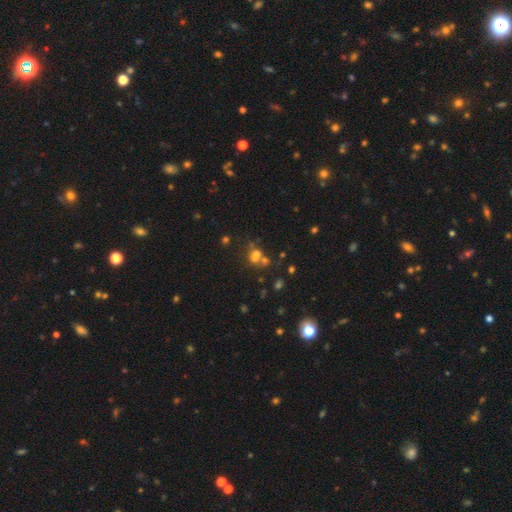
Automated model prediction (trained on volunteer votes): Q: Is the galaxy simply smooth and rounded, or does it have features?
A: smooth — 56%.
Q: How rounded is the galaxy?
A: round — 51%.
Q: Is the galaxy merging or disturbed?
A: merger — 48%.